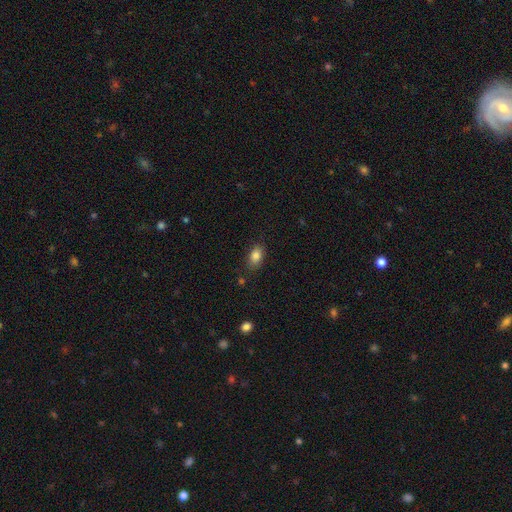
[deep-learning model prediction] Smooth or featured? smooth (84%)
How rounded? in between (87%)
Merging? none (81%)